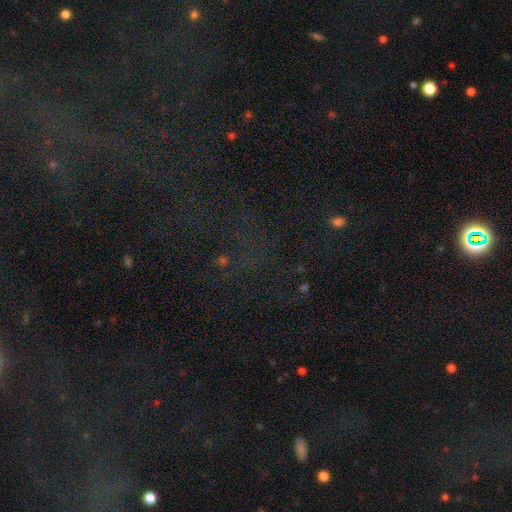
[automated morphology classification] This is likely a star or artifact rather than a galaxy (75%).